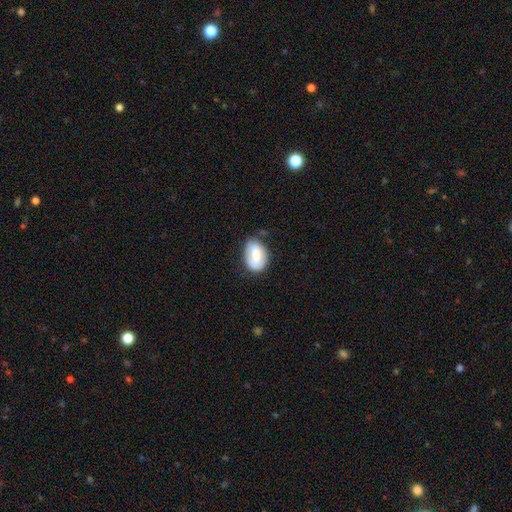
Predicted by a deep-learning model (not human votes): Smooth or featured: smooth — 68% (featured or disk — 25%)
How rounded: in between — 87% (round — 12%)
Merging: none — 58% (minor disturbance — 30%)